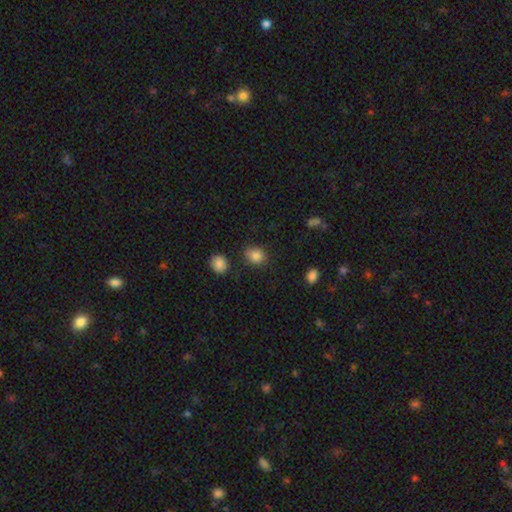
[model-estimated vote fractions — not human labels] A smooth galaxy with no disk features (85%) that is round (64%).

Vote fractions:
- Smooth or featured? smooth: 85% / star or artifact: 11% / featured or disk: 5%
- How rounded? round: 64% / in between: 35% / cigar-shaped: 1%
- Merging? none: 78% / minor disturbance: 15% / merger: 4% / major disturbance: 4%